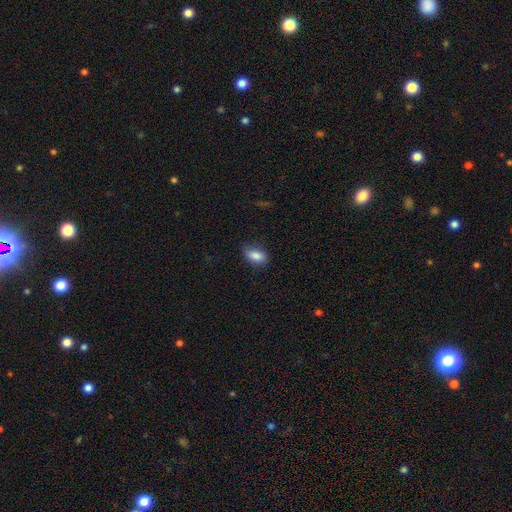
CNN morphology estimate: Smooth or featured? Predicted: smooth (p=0.87). How rounded? Predicted: in between (p=0.90). Merging? Predicted: none (p=0.80).